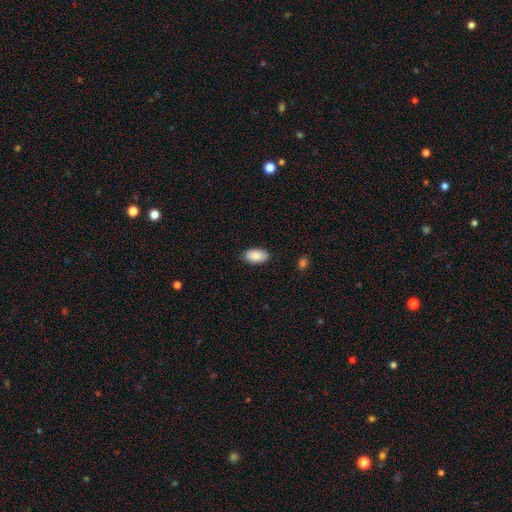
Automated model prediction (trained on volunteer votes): Smooth or featured? smooth (89%)
How rounded? in between (95%)
Merging? none (87%)